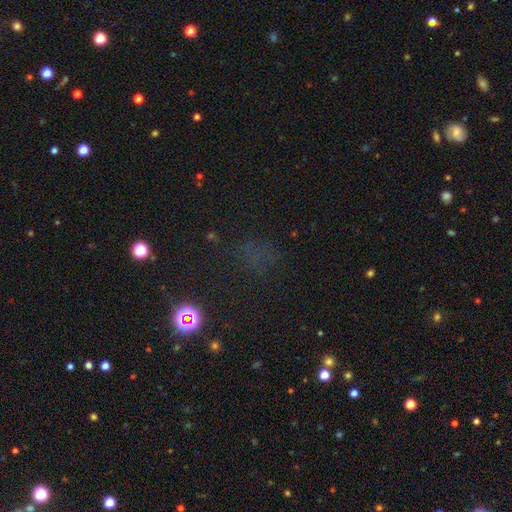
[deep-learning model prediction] Smooth or featured? star or artifact (56%)